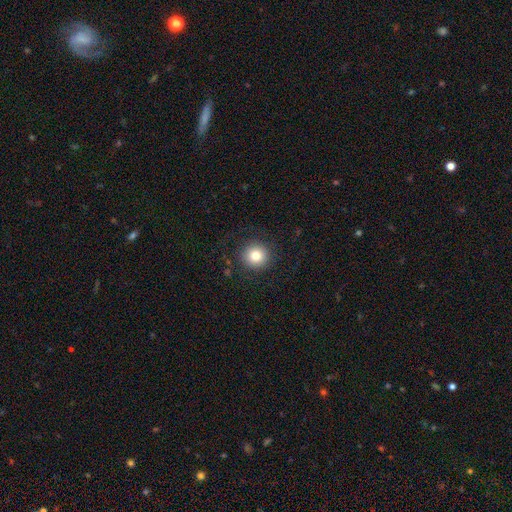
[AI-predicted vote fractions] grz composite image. It shows a smooth galaxy with no disk features (81%) that is round (94%). Merging: none (89%).